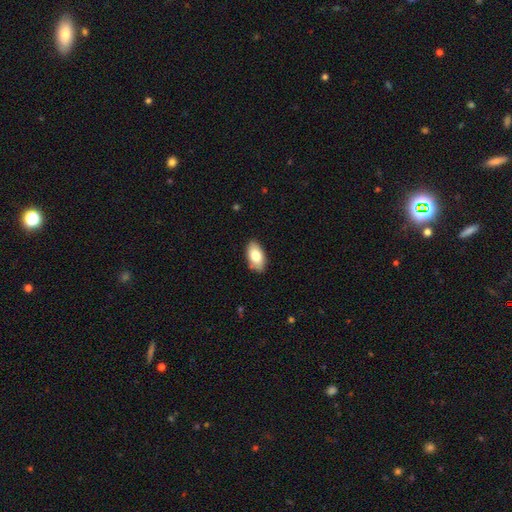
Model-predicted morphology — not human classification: smooth 78%, featured or disk 15%, star or artifact 7%. Down the decision tree: how rounded — in between (94%); merging — none (86%).